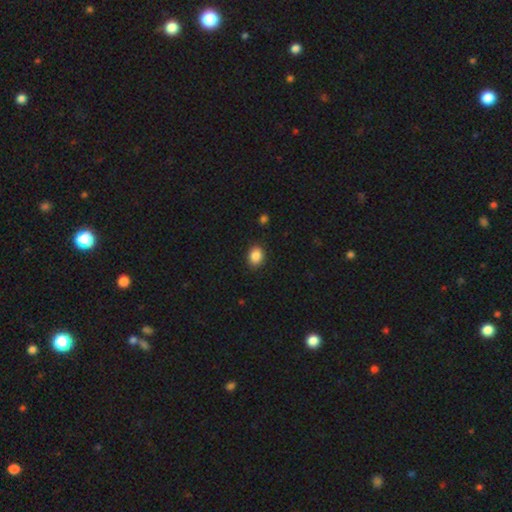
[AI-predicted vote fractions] Smooth or featured?
  - smooth: 88% *
  - star or artifact: 9%
  - featured or disk: 4%
How rounded?
  - in between: 59% *
  - round: 40%
  - cigar-shaped: 1%
Merging?
  - none: 89% *
  - minor disturbance: 8%
  - major disturbance: 2%
  - merger: 1%